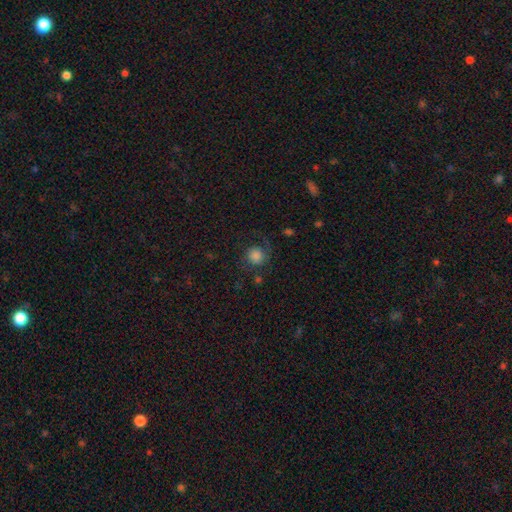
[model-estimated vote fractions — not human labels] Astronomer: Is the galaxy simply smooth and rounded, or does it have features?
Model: smooth — 71%.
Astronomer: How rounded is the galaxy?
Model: round — 88%.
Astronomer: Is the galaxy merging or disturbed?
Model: none — 65%.